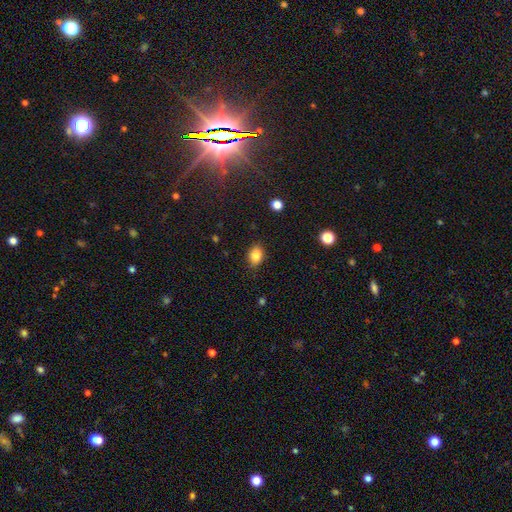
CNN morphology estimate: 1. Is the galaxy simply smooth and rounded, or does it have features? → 84% smooth, 9% star or artifact, 7% featured or disk.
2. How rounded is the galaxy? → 71% in between, 28% round, 1% cigar-shaped.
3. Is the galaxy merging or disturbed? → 86% none, 11% minor disturbance, 2% major disturbance, 1% merger.